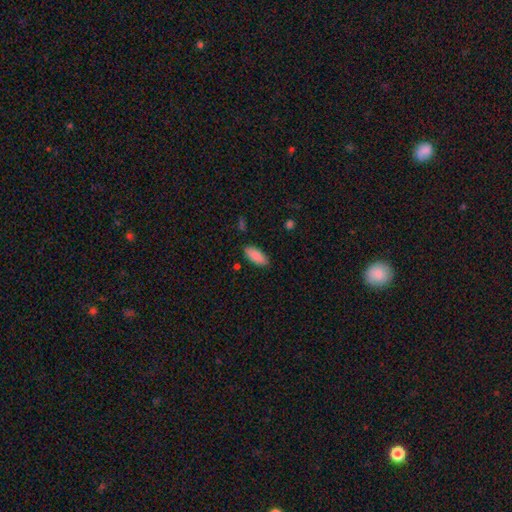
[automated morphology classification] Smooth or featured? Predicted: smooth (p=0.89). How rounded? Predicted: in between (p=0.86). Merging? Predicted: none (p=0.86).